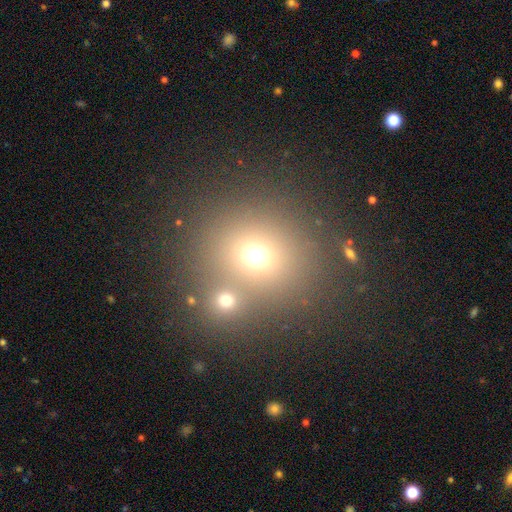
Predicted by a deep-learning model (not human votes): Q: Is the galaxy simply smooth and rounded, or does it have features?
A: smooth — 67%.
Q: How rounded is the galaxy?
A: round — 82%.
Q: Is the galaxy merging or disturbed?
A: none — 54%.